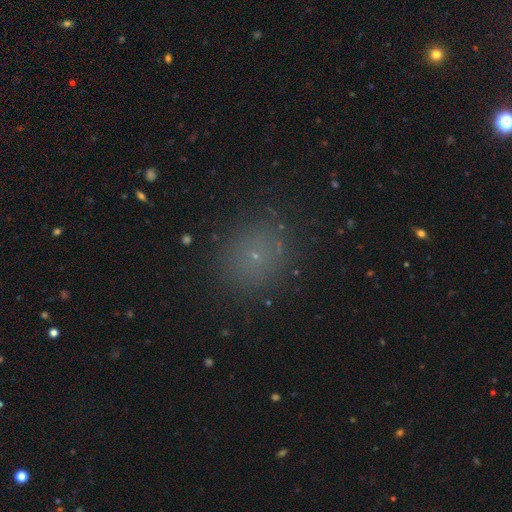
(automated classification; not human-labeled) Q: Smooth or featured?
A: smooth (64%); runner-up: star or artifact (27%)
Q: How rounded?
A: round (84%); runner-up: in between (15%)
Q: Merging?
A: none (86%); runner-up: minor disturbance (9%)